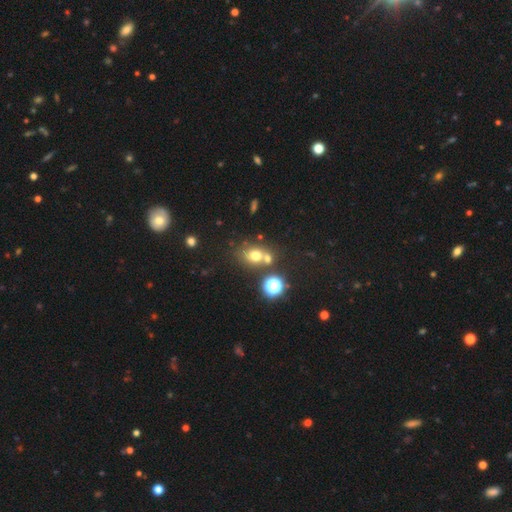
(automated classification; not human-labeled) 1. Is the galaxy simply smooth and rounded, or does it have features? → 68% smooth, 20% star or artifact, 13% featured or disk.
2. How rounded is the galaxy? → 56% round, 42% in between, 1% cigar-shaped.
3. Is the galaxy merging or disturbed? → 53% none, 31% merger, 11% minor disturbance, 5% major disturbance.